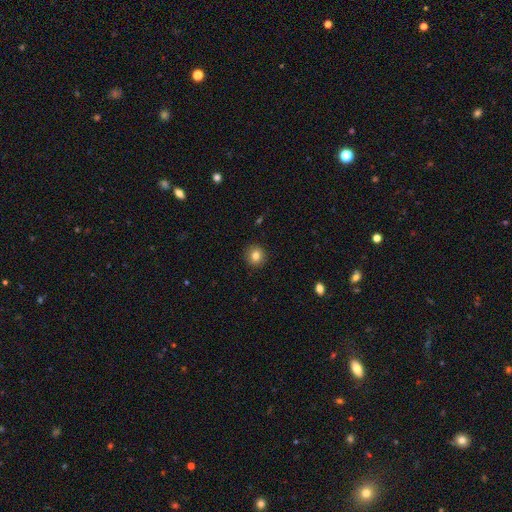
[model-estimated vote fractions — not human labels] Overall: smooth (82%). How rounded: round (90%). Merging: none (92%).